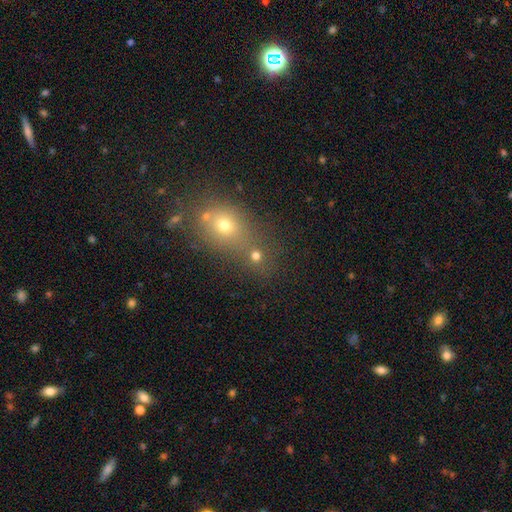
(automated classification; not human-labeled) Smooth or featured? smooth (70%)
How rounded? round (81%)
Merging? none (53%)